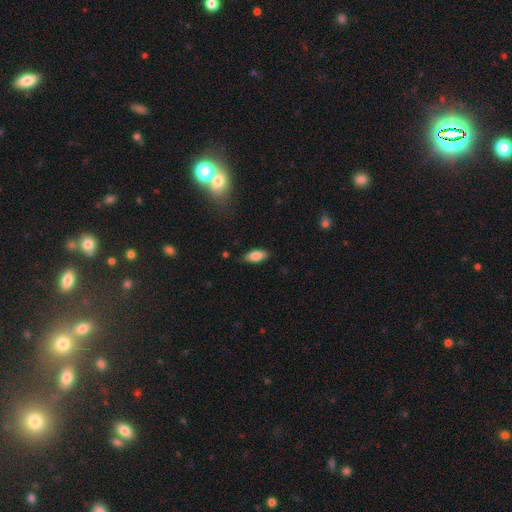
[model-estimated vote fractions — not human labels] Q: Smooth or featured?
A: smooth (81%); runner-up: featured or disk (12%)
Q: How rounded?
A: in between (85%); runner-up: cigar-shaped (12%)
Q: Merging?
A: none (83%); runner-up: minor disturbance (13%)